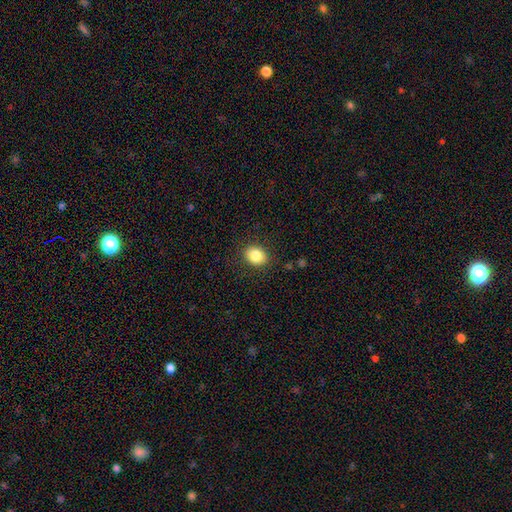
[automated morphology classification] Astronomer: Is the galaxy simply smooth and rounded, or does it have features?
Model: smooth — 84%.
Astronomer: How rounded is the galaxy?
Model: round — 52% (runner-up: in between, 47%).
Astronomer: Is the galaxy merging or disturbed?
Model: none — 86%.